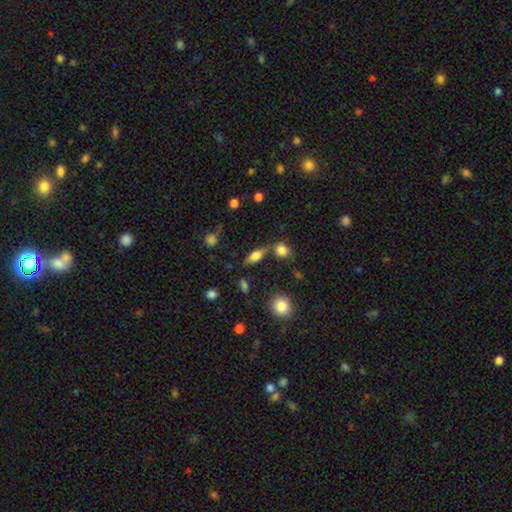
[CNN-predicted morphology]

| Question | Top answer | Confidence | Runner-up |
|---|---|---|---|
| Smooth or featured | smooth | 66% | featured or disk (25%) |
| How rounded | in between | 66% | cigar-shaped (27%) |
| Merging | none | 67% | merger (14%) |